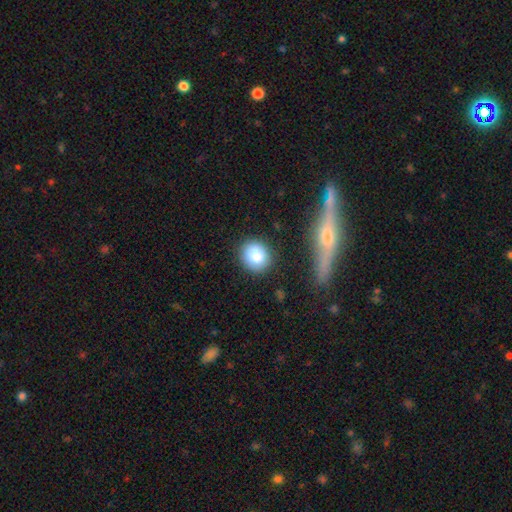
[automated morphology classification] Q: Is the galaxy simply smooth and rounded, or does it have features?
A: smooth — 86%.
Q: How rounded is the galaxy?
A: round — 81%.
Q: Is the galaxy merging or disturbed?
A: none — 85%.